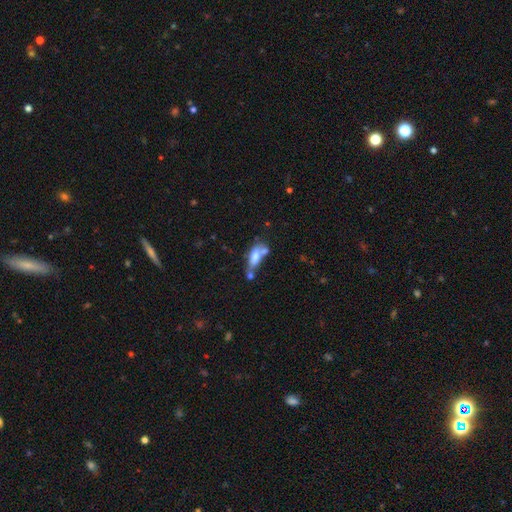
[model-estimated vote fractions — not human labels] This is likely a smooth galaxy (63%). How rounded: likely in between (74%). Merging: marginally merger (44%).